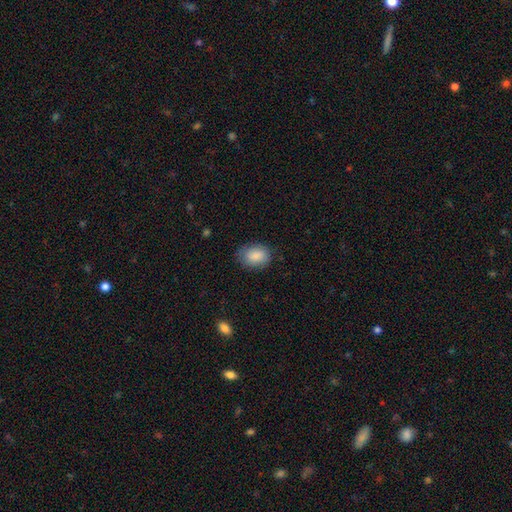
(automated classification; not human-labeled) A smooth galaxy with no disk features (87%) that is in between round and cigar-shaped (76%).

Vote fractions:
- Smooth or featured? smooth: 87% / star or artifact: 7% / featured or disk: 6%
- How rounded? in between: 76% / round: 23% / cigar-shaped: 1%
- Merging? none: 79% / minor disturbance: 16% / major disturbance: 4% / merger: 1%